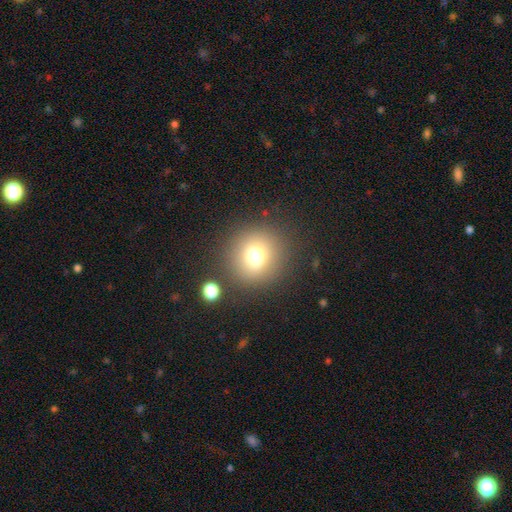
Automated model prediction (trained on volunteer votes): A smooth galaxy with no disk features (73%) that is round (92%). Merging: none (85%).